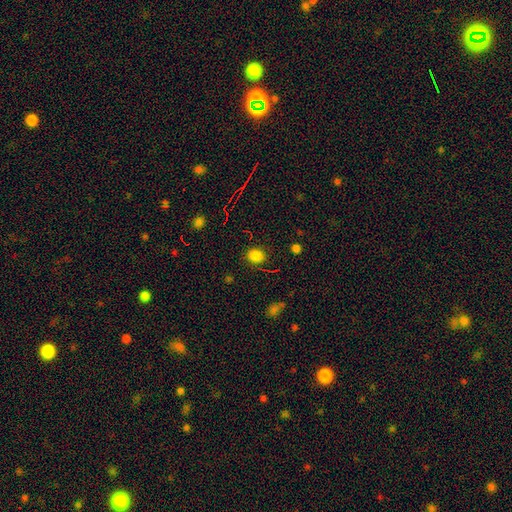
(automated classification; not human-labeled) Smooth or featured: smooth — 81% (star or artifact — 14%)
How rounded: round — 62% (in between — 37%)
Merging: none — 84% (minor disturbance — 11%)